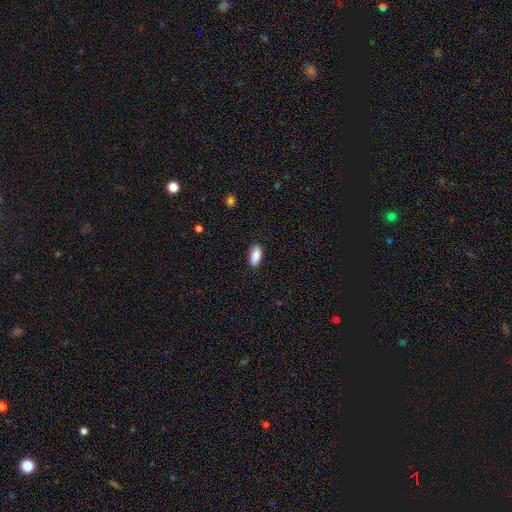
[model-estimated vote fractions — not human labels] A smooth galaxy with no disk features (89%) that is in between round and cigar-shaped (84%). Merging: none (87%).